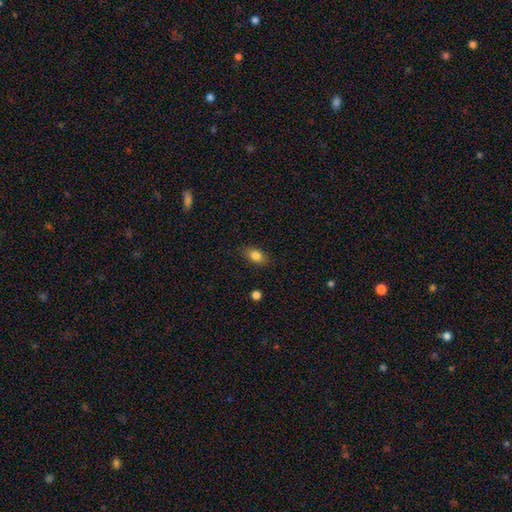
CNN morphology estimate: type=smooth (83%); roundness=in between (83%); merging=none (84%).